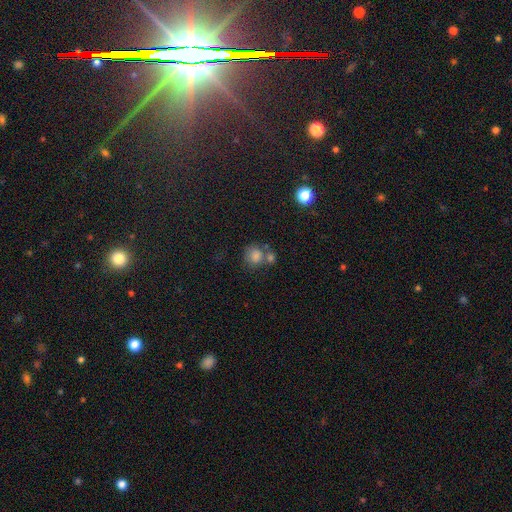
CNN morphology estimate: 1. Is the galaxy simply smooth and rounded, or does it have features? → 77% smooth, 13% star or artifact, 10% featured or disk.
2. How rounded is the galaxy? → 77% round, 22% in between, 1% cigar-shaped.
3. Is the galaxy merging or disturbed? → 46% none, 34% merger, 13% minor disturbance, 7% major disturbance.